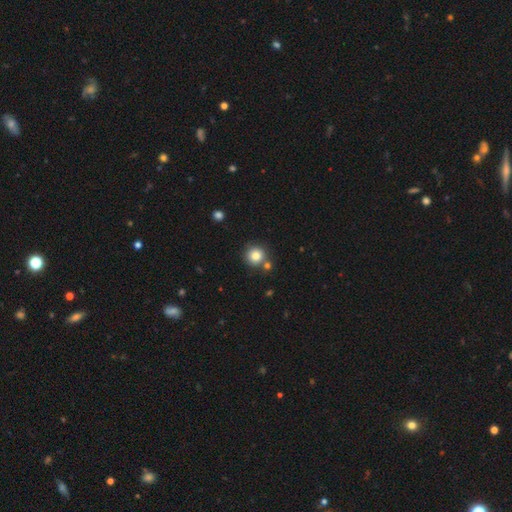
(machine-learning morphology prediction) This is clearly a smooth galaxy (82%). How rounded: clearly round (94%). Merging: likely none (75%).